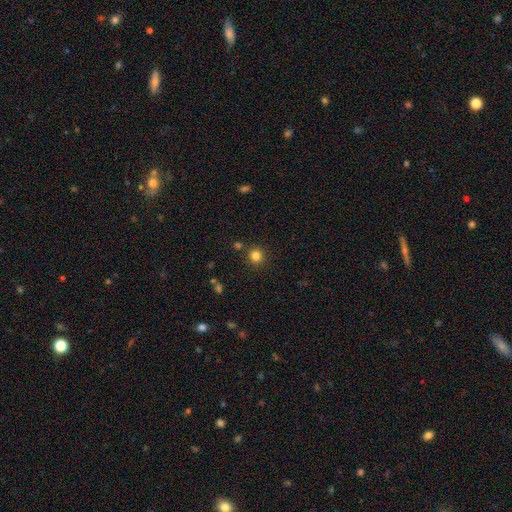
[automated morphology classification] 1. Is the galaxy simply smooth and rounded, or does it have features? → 82% smooth, 14% star or artifact, 4% featured or disk.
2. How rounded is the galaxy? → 93% round, 6% in between, 1% cigar-shaped.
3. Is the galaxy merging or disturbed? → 86% none, 7% minor disturbance, 4% merger, 2% major disturbance.